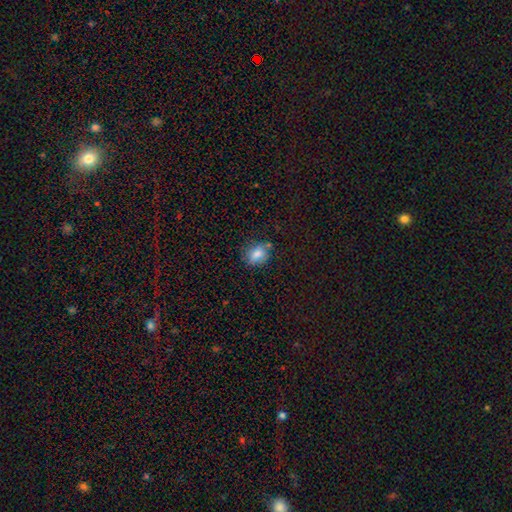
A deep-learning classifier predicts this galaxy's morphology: Smooth or featured: smooth — 78% (star or artifact — 12%)
How rounded: in between — 51% (round — 47%)
Merging: none — 69% (minor disturbance — 20%)